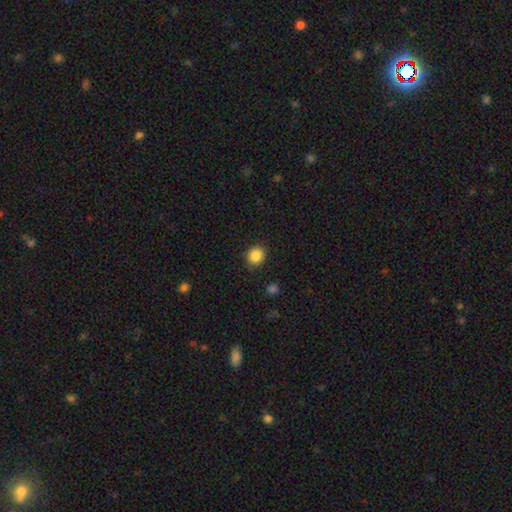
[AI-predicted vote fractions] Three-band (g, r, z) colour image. It shows a smooth galaxy with no disk features (87%) that is round (79%). Merging: none (89%).